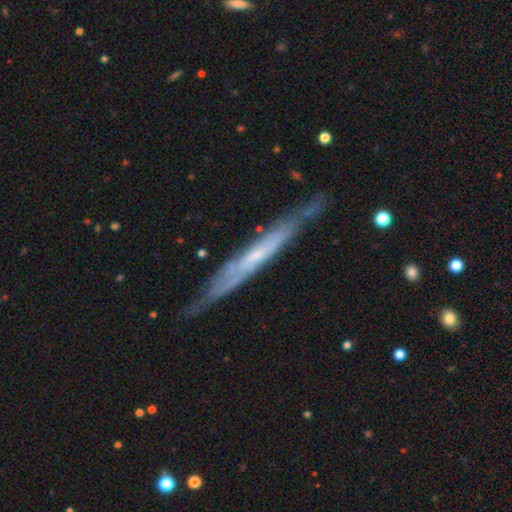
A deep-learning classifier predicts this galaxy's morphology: smooth-or-featured: featured or disk: 72% | smooth: 22% | star or artifact: 6%
  disk-edge-on: yes: 78% | no: 22%
    edge-on-bulge: none: 72% | rounded: 20% | boxy: 7%
  merging: none: 72% | minor disturbance: 21% | major disturbance: 5% | merger: 2%